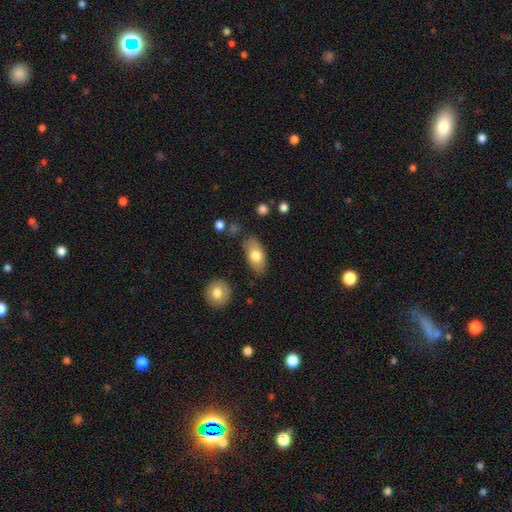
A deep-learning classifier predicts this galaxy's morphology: smooth 74%, featured or disk 20%, star or artifact 6%. Down the decision tree: how rounded — in between (89%); merging — none (81%).